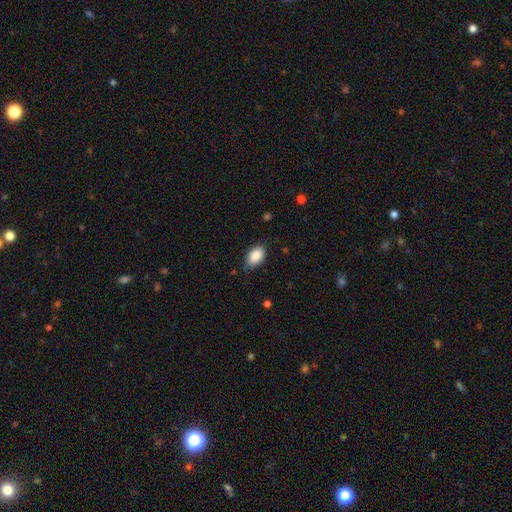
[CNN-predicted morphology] smooth-or-featured: smooth: 87% | star or artifact: 7% | featured or disk: 6%
  how-rounded: in between: 90% | round: 8% | cigar-shaped: 2%
  merging: none: 74% | minor disturbance: 21% | major disturbance: 4% | merger: 1%